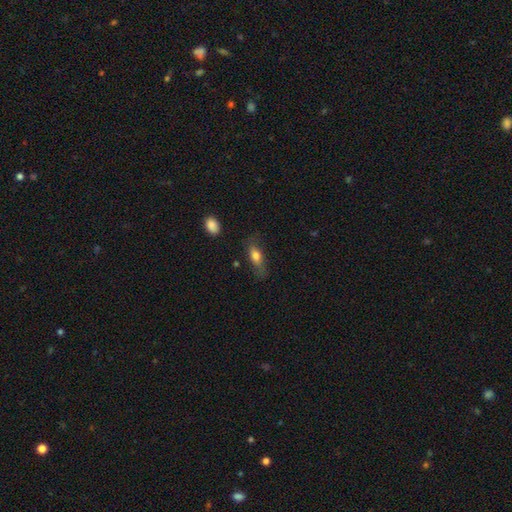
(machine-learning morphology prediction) Smooth or featured? smooth (74%)
How rounded? in between (69%)
Merging? none (66%)